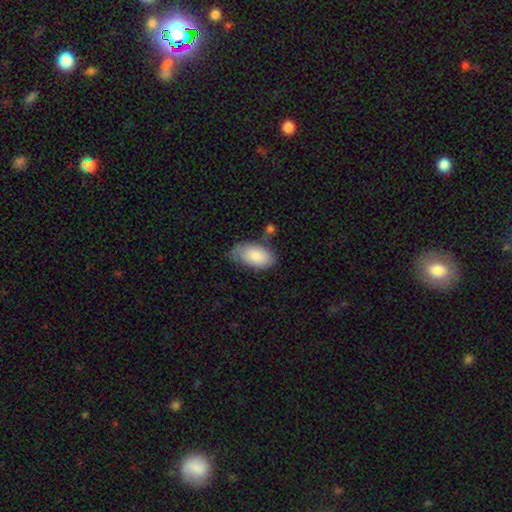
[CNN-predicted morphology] smooth 84%, featured or disk 10%, star or artifact 5%. Down the decision tree: how rounded — in between (95%); merging — none (58%).